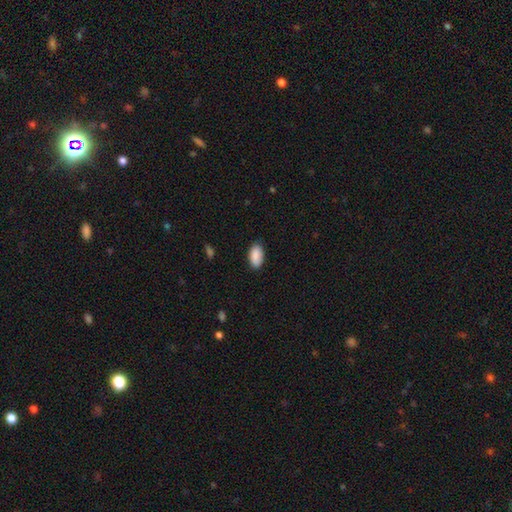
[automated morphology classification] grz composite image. It shows a smooth galaxy with no disk features (90%) that is in between round and cigar-shaped (94%). Merging: none (84%).